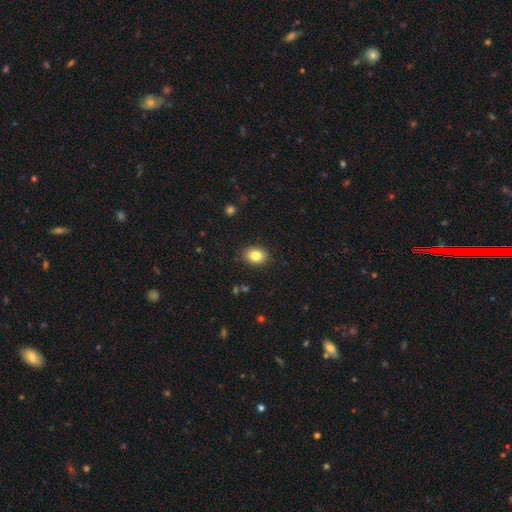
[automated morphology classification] This is clearly a smooth galaxy (83%). How rounded: likely in between (64%). Merging: clearly none (88%).